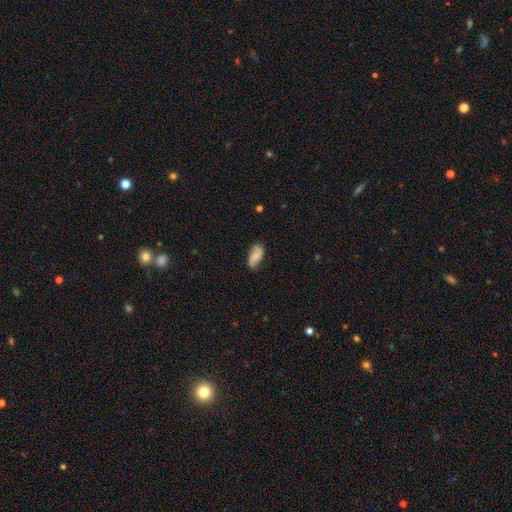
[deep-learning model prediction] Smooth or featured?
  - smooth: 53% *
  - featured or disk: 39%
  - star or artifact: 8%
How rounded?
  - in between: 90% *
  - cigar-shaped: 6%
  - round: 4%
Merging?
  - none: 71% *
  - minor disturbance: 22%
  - major disturbance: 5%
  - merger: 2%